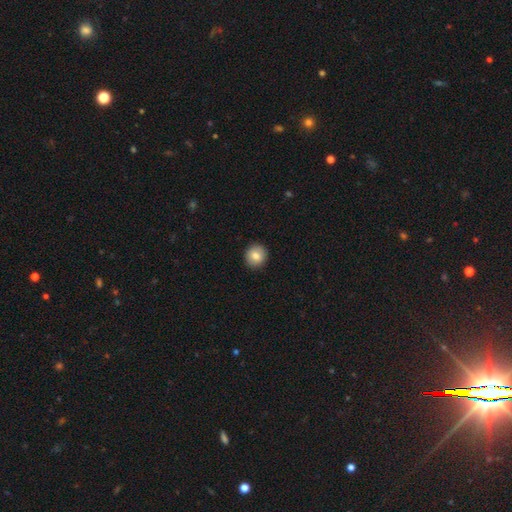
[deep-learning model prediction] The model was most divided on "smooth or featured": smooth: 82%, featured or disk: 9%, star or artifact: 9%. More confident: merging — none (92%); how rounded — round (91%).